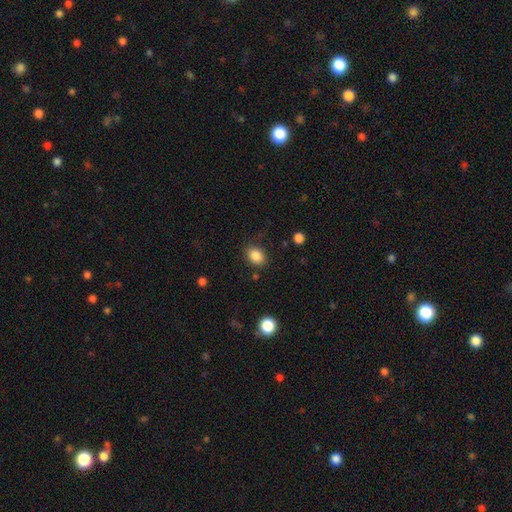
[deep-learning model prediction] Smooth or featured? Predicted: smooth (p=0.86). How rounded? Predicted: in between (p=0.62). Merging? Predicted: none (p=0.82).